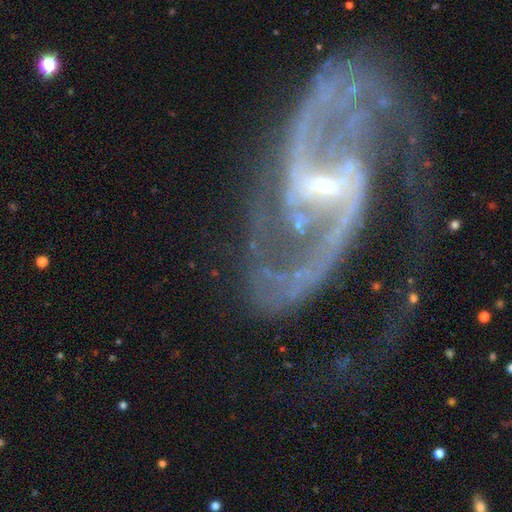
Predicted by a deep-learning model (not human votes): A featured or disk galaxy (92%) with a strong bar (44%), 2 (91%) loose (50%) spiral arms (97%) and a small central bulge (68%). Merging: none (54%).